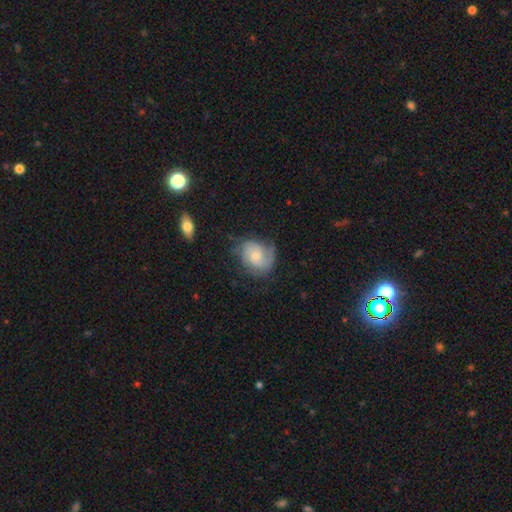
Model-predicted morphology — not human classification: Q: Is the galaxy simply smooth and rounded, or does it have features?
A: featured or disk — 69%.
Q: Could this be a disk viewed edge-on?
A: no — 98%.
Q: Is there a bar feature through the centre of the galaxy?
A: no — 70%.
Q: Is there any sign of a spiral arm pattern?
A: yes — 92%.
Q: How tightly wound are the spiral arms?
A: tight — 41%, tied with medium.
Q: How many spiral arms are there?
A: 2 — 49%.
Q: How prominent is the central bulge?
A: small — 49%.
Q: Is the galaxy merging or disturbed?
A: none — 60%.